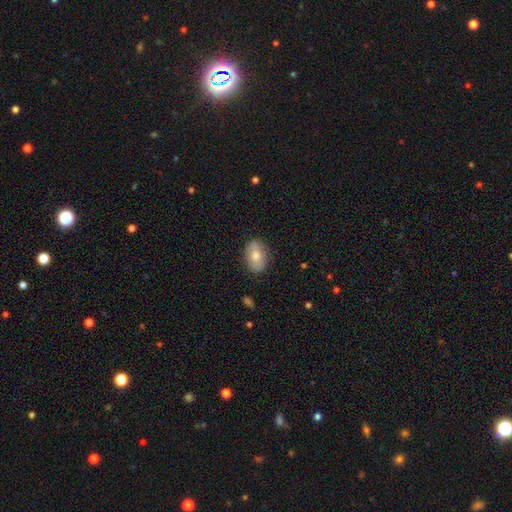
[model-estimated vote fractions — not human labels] Smooth or featured?
  - smooth: 66% *
  - featured or disk: 26%
  - star or artifact: 8%
How rounded?
  - in between: 81% *
  - round: 18%
  - cigar-shaped: 2%
Merging?
  - none: 86% *
  - minor disturbance: 10%
  - major disturbance: 2%
  - merger: 1%